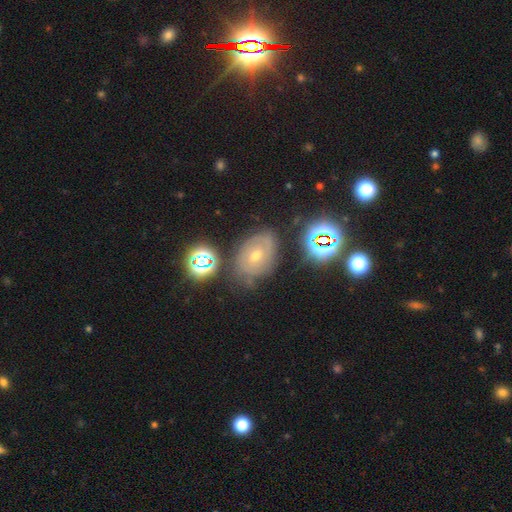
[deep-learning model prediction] smooth_or_featured: featured or disk (p=0.53) [alt: smooth p=0.25]
disk_edge_on: no (p=0.94) [alt: yes p=0.06]
merging: none (p=0.68) [alt: minor disturbance p=0.21]